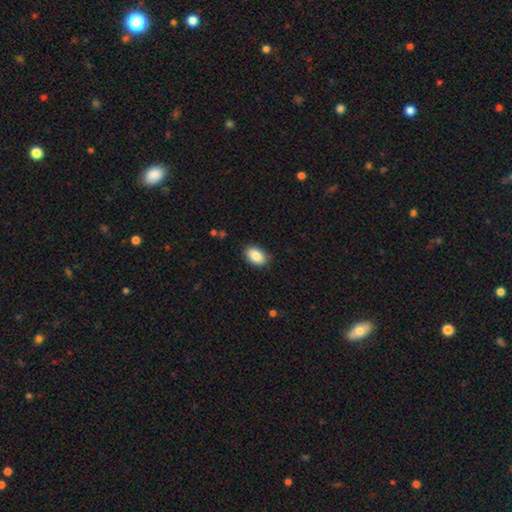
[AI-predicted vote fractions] Smooth or featured: smooth — 88% (star or artifact — 7%)
How rounded: in between — 91% (round — 8%)
Merging: none — 86% (minor disturbance — 11%)